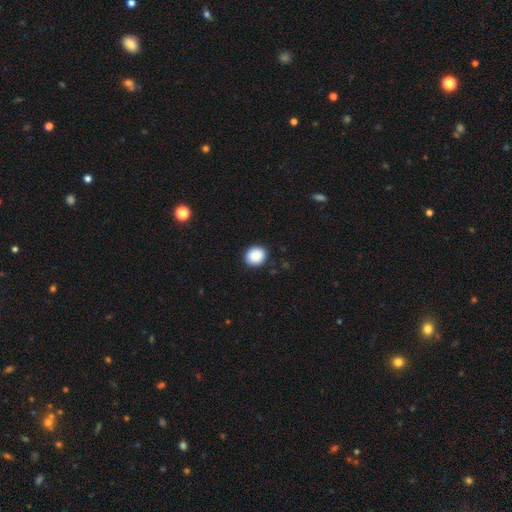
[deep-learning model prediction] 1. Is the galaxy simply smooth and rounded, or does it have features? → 89% smooth, 8% star or artifact, 3% featured or disk.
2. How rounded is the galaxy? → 79% round, 20% in between, 1% cigar-shaped.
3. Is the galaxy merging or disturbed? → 90% none, 7% minor disturbance, 2% major disturbance, 1% merger.